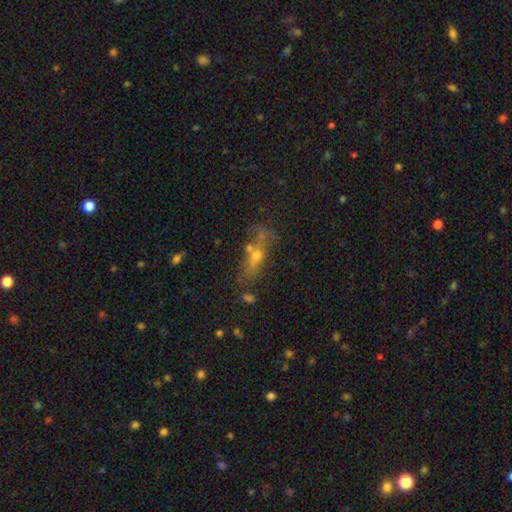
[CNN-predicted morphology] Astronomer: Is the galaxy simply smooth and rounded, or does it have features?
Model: smooth — 45% (runner-up: featured or disk, 35%).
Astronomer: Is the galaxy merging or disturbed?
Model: none — 40% (runner-up: merger, 24%).